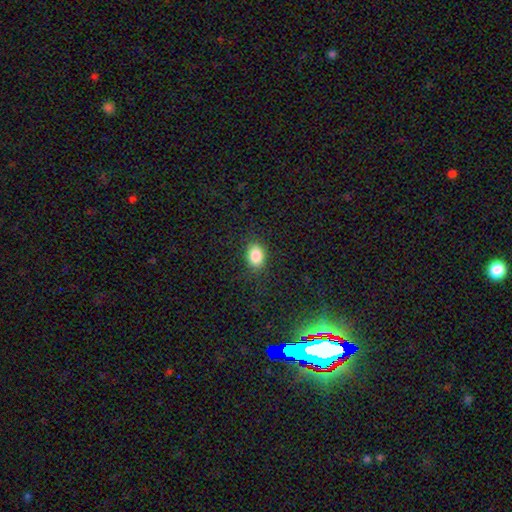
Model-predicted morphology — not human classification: A smooth galaxy with no disk features (86%) that is in between round and cigar-shaped (77%). Merging: none (84%).